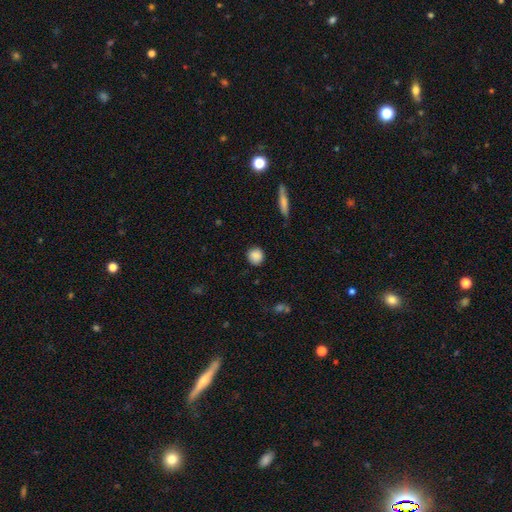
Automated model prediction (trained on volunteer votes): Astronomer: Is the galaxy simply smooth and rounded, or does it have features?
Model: smooth — 87%.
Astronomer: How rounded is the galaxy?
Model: round — 90%.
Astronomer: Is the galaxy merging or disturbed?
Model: none — 87%.